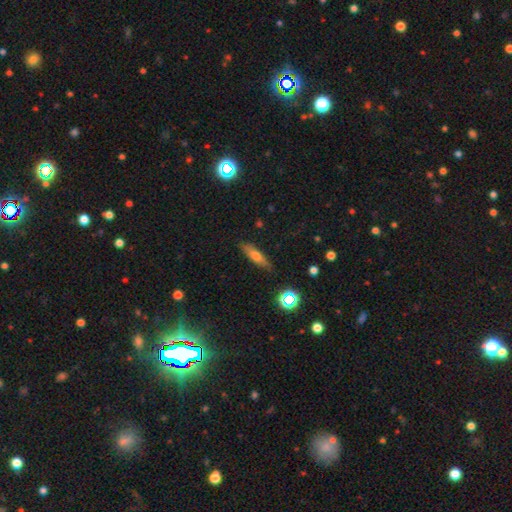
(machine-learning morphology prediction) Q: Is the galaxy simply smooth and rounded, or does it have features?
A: smooth — 62%.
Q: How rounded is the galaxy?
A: cigar-shaped — 65%.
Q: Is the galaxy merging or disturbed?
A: none — 85%.